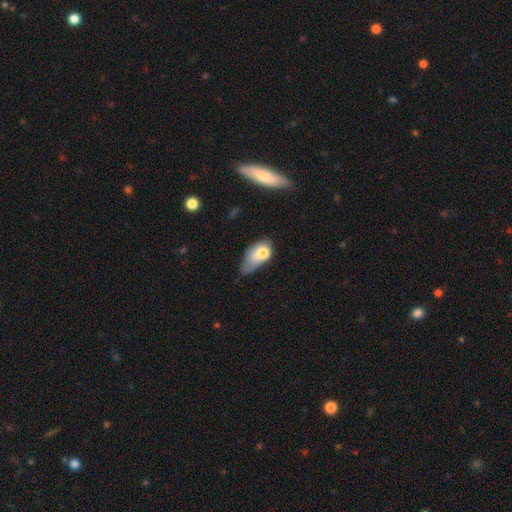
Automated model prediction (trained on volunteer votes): Smooth or featured?
  - smooth: 69% *
  - featured or disk: 22%
  - star or artifact: 9%
How rounded?
  - in between: 86% *
  - round: 11%
  - cigar-shaped: 3%
Merging?
  - minor disturbance: 37% *
  - major disturbance: 34%
  - none: 19%
  - merger: 10%